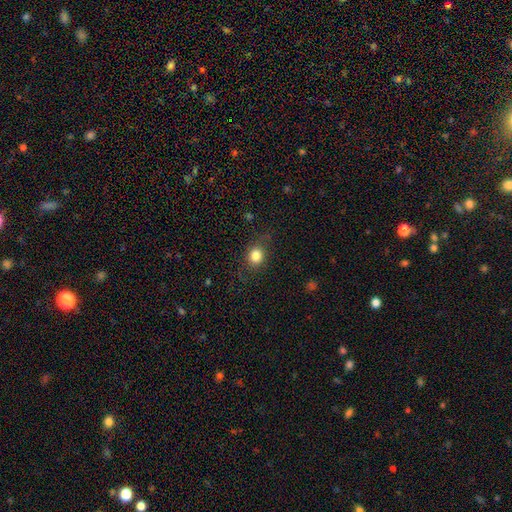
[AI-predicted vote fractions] Smooth or featured? Predicted: smooth (p=0.81). How rounded? Predicted: round (p=0.70). Merging? Predicted: none (p=0.77).